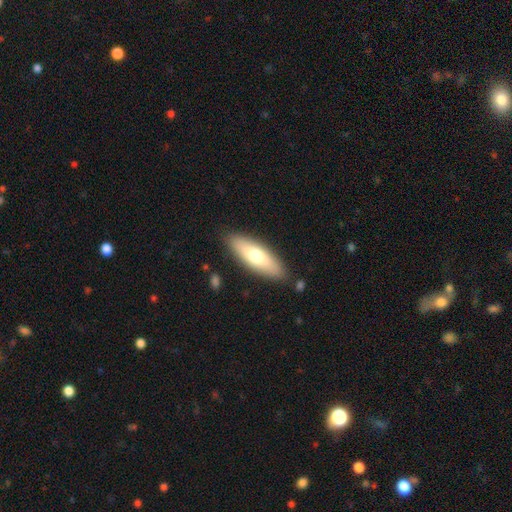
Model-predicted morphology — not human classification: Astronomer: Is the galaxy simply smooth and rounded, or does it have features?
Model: smooth — 65%.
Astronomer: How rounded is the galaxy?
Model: in between — 55% (runner-up: cigar-shaped, 44%).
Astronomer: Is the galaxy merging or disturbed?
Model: none — 86%.